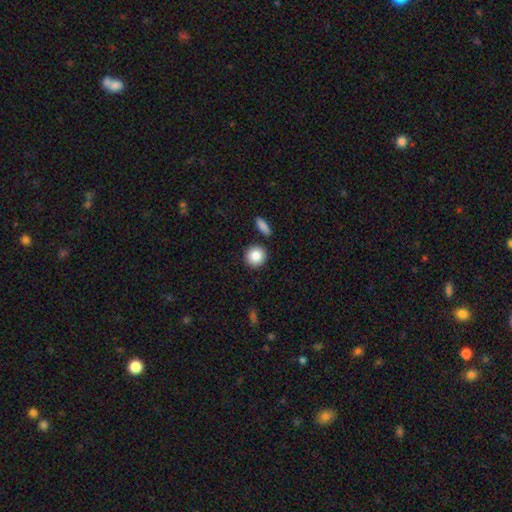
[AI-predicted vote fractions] This appears to be a smooth galaxy with no disk features (86%) that is round (90%). Merging: none (85%).